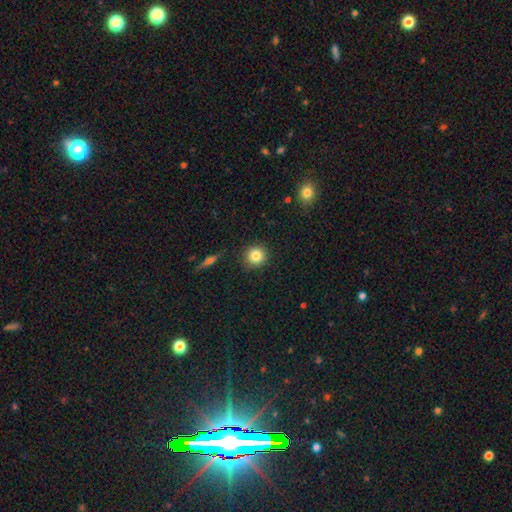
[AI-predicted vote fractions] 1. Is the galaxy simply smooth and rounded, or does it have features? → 82% smooth, 11% star or artifact, 7% featured or disk.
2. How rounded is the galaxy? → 93% round, 6% in between, 1% cigar-shaped.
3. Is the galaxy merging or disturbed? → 90% none, 6% minor disturbance, 2% major disturbance, 2% merger.